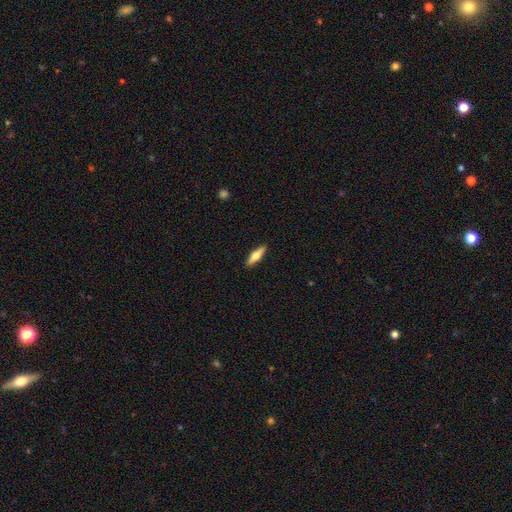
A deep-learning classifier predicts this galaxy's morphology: Q: Smooth or featured?
A: smooth (56%); runner-up: featured or disk (38%)
Q: How rounded?
A: cigar-shaped (59%); runner-up: in between (38%)
Q: Merging?
A: none (90%); runner-up: minor disturbance (8%)